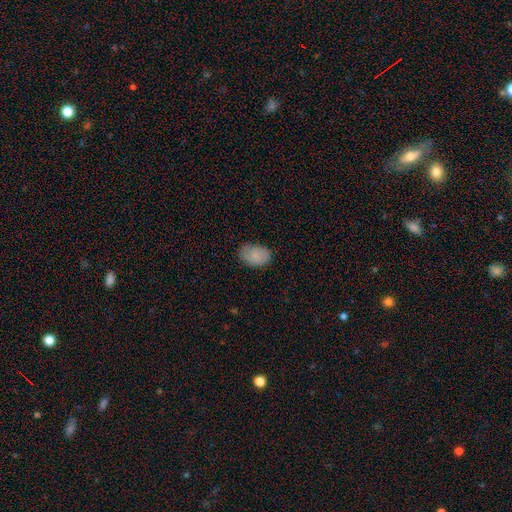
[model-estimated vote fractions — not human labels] This appears to be a smooth galaxy with no disk features (83%) that is in between round and cigar-shaped (84%). Merging: none (75%).